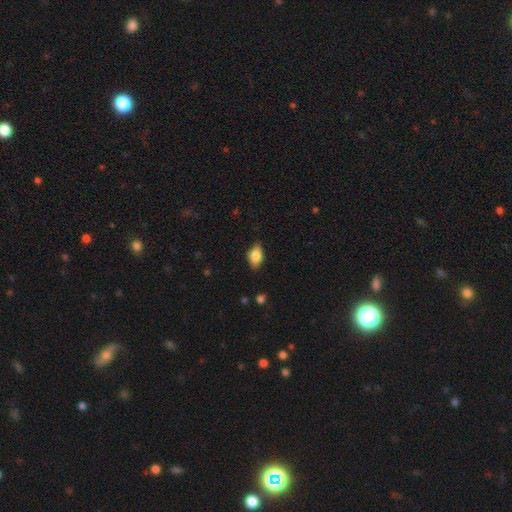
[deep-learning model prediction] Morphology: type=smooth (78%); roundness=in between (88%); merging=none (84%).